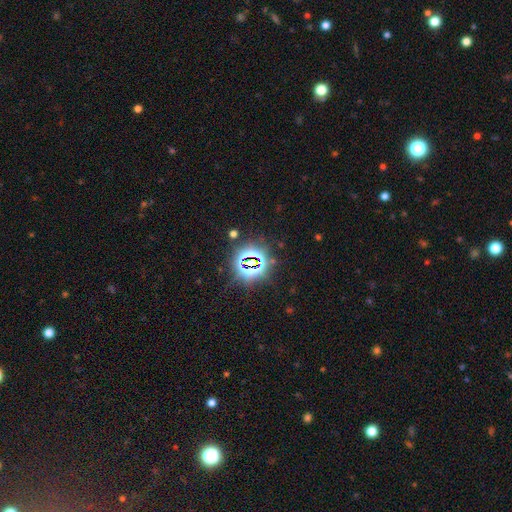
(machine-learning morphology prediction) This is likely a star or artifact rather than a galaxy (80%).